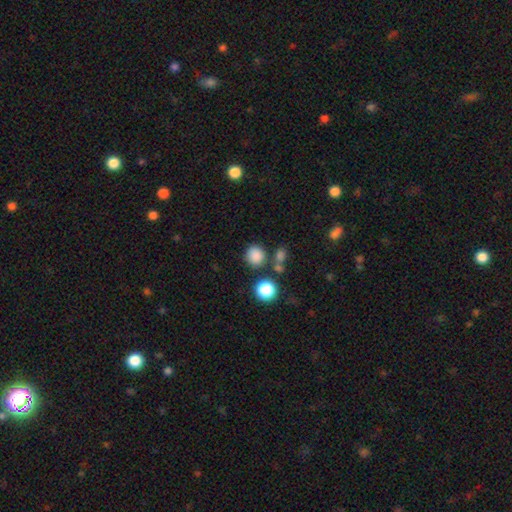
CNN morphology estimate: Smooth or featured: smooth — 83% (star or artifact — 12%)
How rounded: round — 85% (in between — 14%)
Merging: none — 73% (merger — 11%)